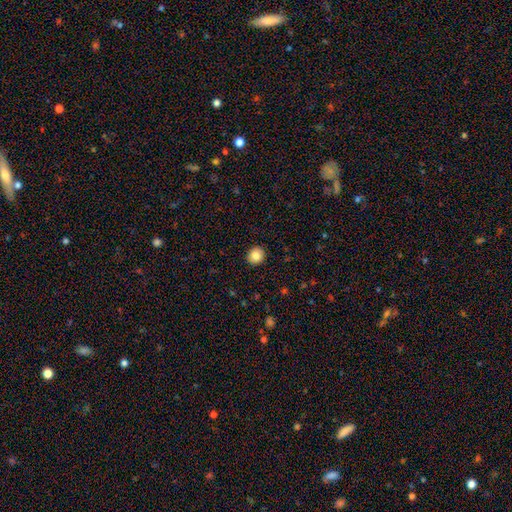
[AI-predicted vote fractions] A smooth galaxy with no disk features (85%) that is round (83%).

Vote fractions:
- Smooth or featured? smooth: 85% / star or artifact: 9% / featured or disk: 6%
- How rounded? round: 83% / in between: 16% / cigar-shaped: 1%
- Merging? none: 92% / minor disturbance: 6% / major disturbance: 2% / merger: 1%